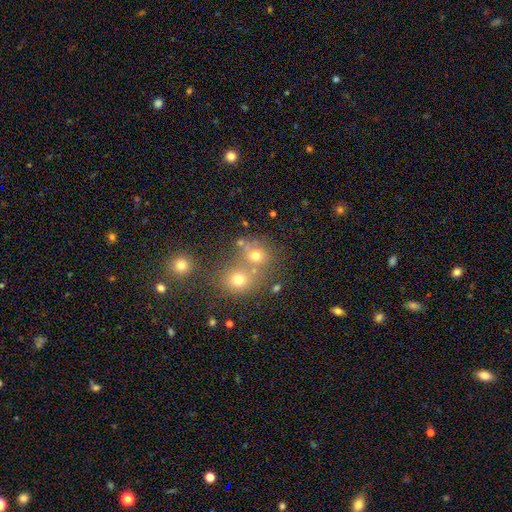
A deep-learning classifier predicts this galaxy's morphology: Smooth or featured: smooth — 67% (star or artifact — 20%)
How rounded: round — 79% (in between — 20%)
Merging: none — 47% (merger — 40%)